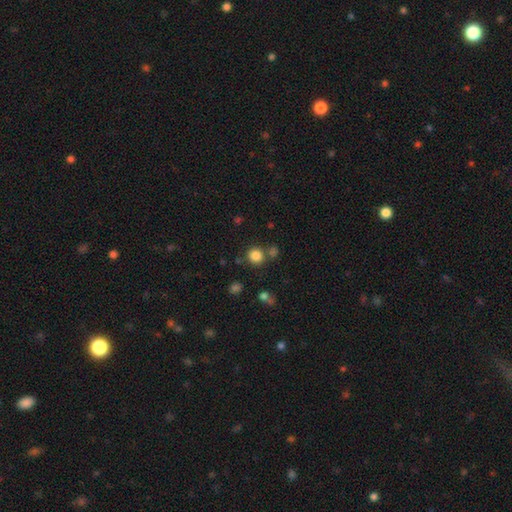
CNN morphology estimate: Smooth or featured? Predicted: smooth (p=0.83). How rounded? Predicted: round (p=0.90). Merging? Predicted: none (p=0.75).